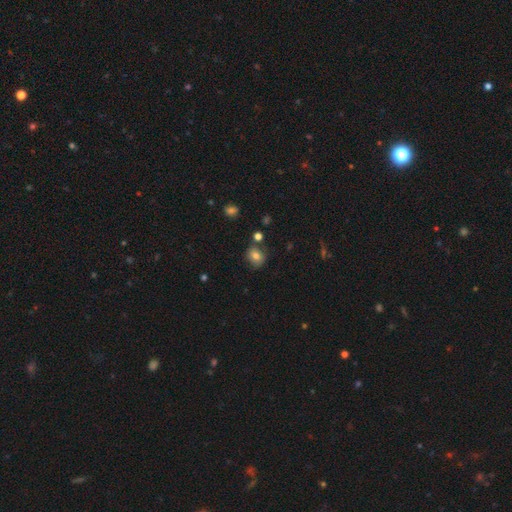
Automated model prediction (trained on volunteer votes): This appears to be a smooth galaxy with no disk features (75%) that is round (69%). Merging: none (72%).